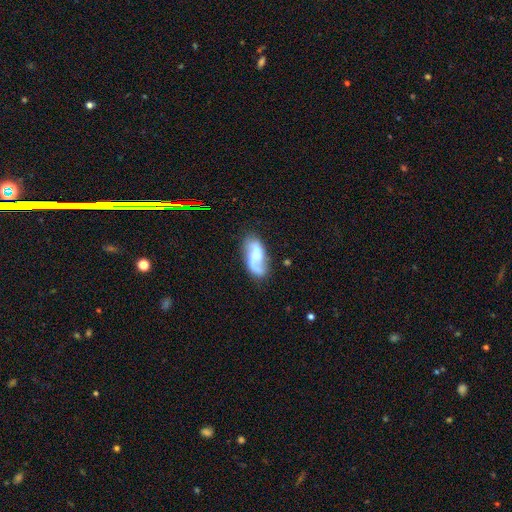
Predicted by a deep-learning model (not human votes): smooth-or-featured: featured or disk: 55% | smooth: 36% | star or artifact: 8%
  disk-edge-on: no: 94% | yes: 6%
    bar: no: 54% | weak: 33% | strong: 13%
    has-spiral-arms: yes: 81% | no: 19%
    bulge-size: none: 38% | small: 23% | moderate: 22% | large: 13% | dominant: 4%
  merging: none: 49% | minor disturbance: 24% | major disturbance: 20% | merger: 7%